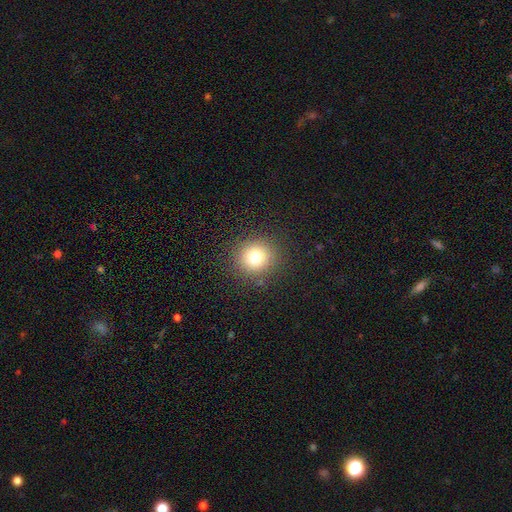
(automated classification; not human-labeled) Smooth or featured?
  - smooth: 76% *
  - star or artifact: 15%
  - featured or disk: 9%
How rounded?
  - round: 87% *
  - in between: 12%
  - cigar-shaped: 1%
Merging?
  - none: 90% *
  - minor disturbance: 6%
  - major disturbance: 2%
  - merger: 1%